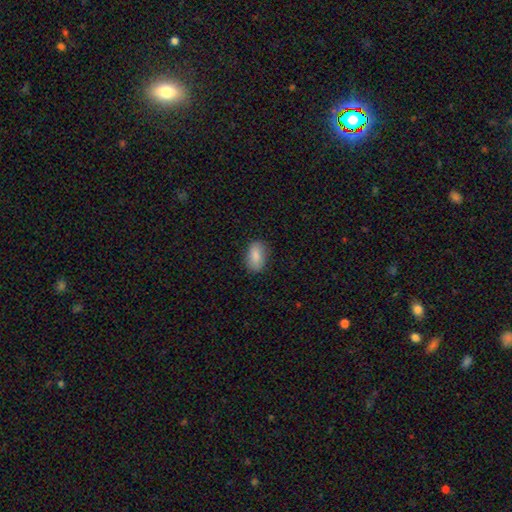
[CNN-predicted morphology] smooth-or-featured: smooth: 86% | featured or disk: 7% | star or artifact: 7%
  how-rounded: in between: 90% | round: 8% | cigar-shaped: 2%
  merging: none: 82% | minor disturbance: 14% | major disturbance: 3% | merger: 1%